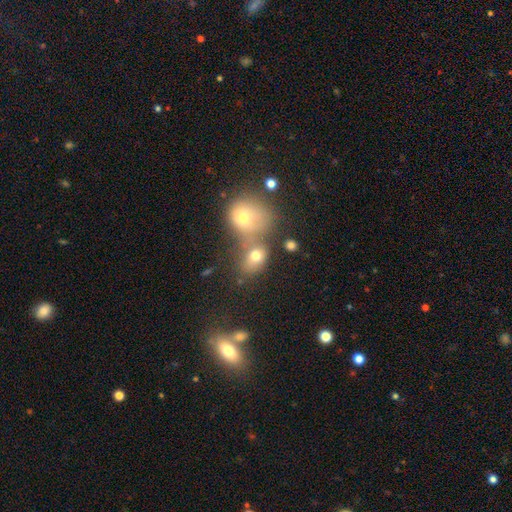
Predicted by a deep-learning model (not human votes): Morphology: type=smooth (72%); roundness=in between (50%); merging=merger (50%).